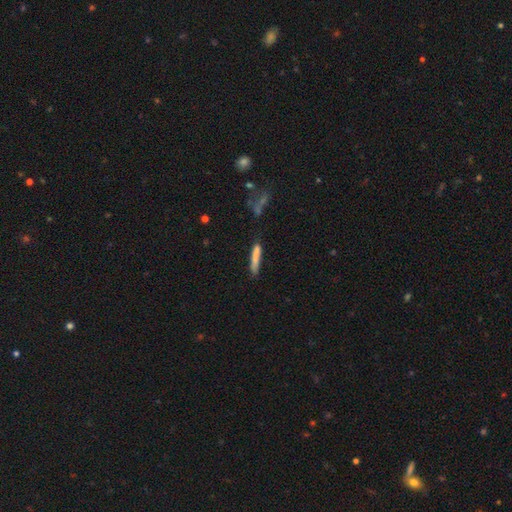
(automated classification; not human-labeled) smooth-or-featured: smooth: 78% | featured or disk: 16% | star or artifact: 7%
  how-rounded: cigar-shaped: 93% | in between: 6% | round: 1%
  merging: none: 75% | minor disturbance: 16% | merger: 5% | major disturbance: 4%